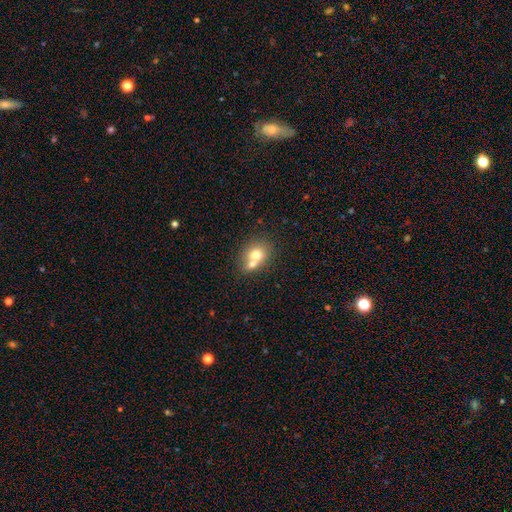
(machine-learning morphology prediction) Smooth or featured? Predicted: smooth (p=0.69). How rounded? Predicted: round (p=0.65). Merging? Predicted: merger (p=0.55).